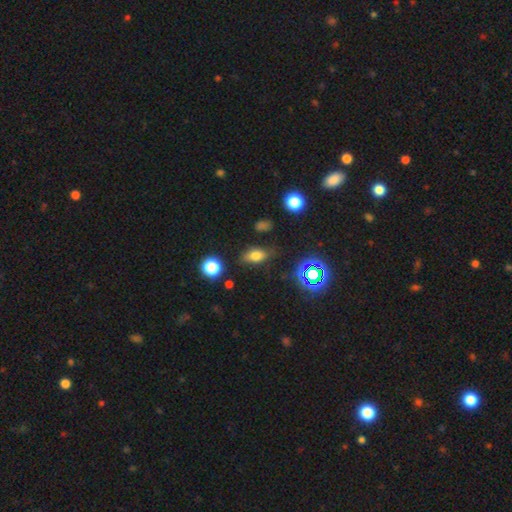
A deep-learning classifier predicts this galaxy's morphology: A smooth galaxy with no disk features (70%) that is in between round and cigar-shaped (82%). Merging: none (75%).